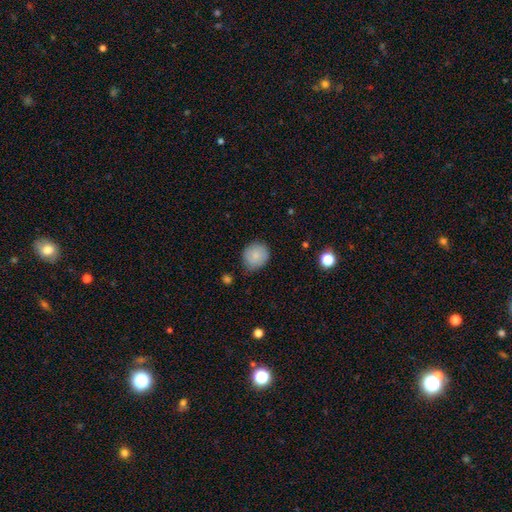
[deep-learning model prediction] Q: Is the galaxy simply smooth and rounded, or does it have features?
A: smooth — 82%.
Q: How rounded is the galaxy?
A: round — 82%.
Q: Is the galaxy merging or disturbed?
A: none — 72%.